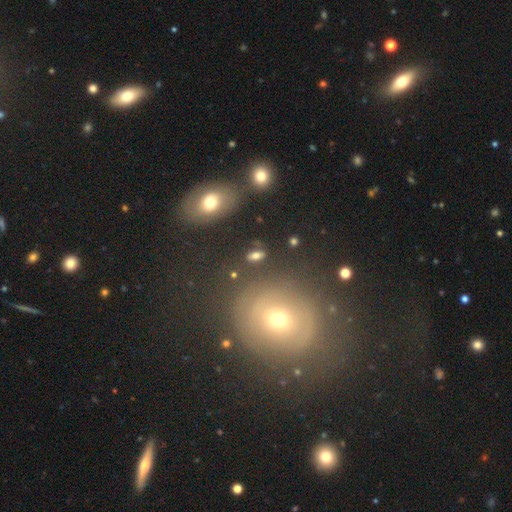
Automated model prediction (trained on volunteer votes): The model was most divided on "smooth or featured": smooth: 69%, star or artifact: 16%, featured or disk: 14%. More confident: how rounded — in between (81%); merging — none (81%).